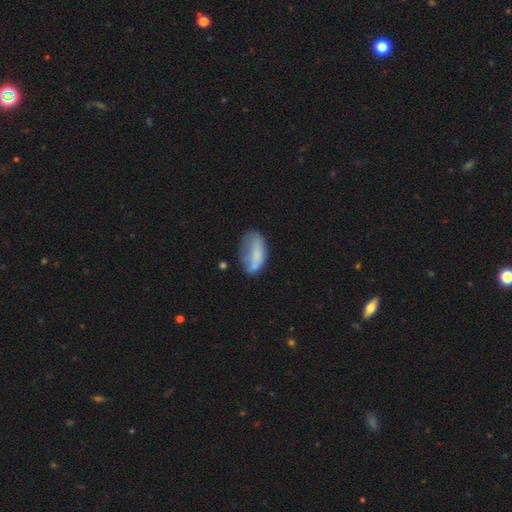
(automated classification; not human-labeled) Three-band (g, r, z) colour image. It shows a smooth galaxy with no disk features (68%) that is in between round and cigar-shaped (90%). Merging: none (37%).